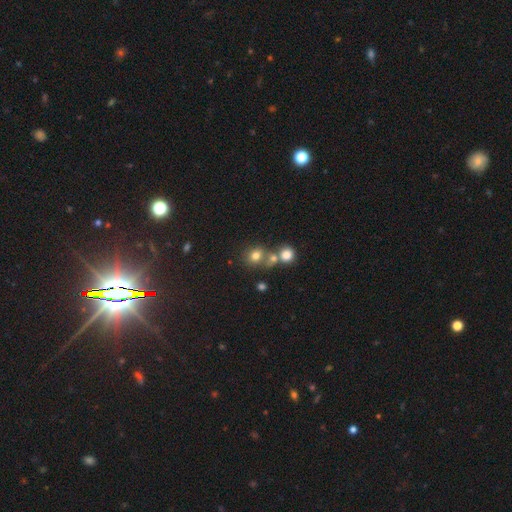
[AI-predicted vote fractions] Smooth or featured? smooth (74%)
How rounded? round (78%)
Merging? none (56%)